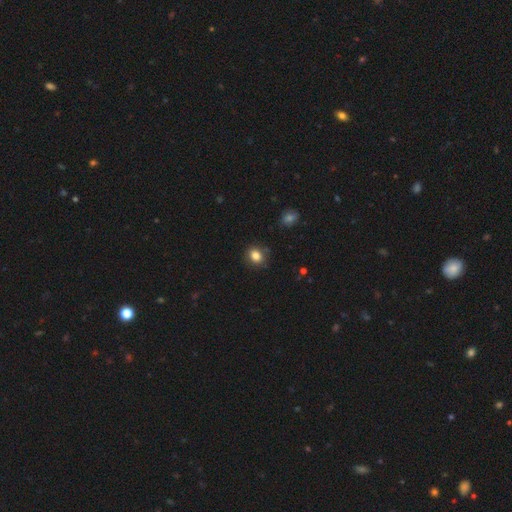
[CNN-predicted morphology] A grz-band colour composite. It shows a smooth galaxy with no disk features (83%) that is round (63%). Merging: none (84%).